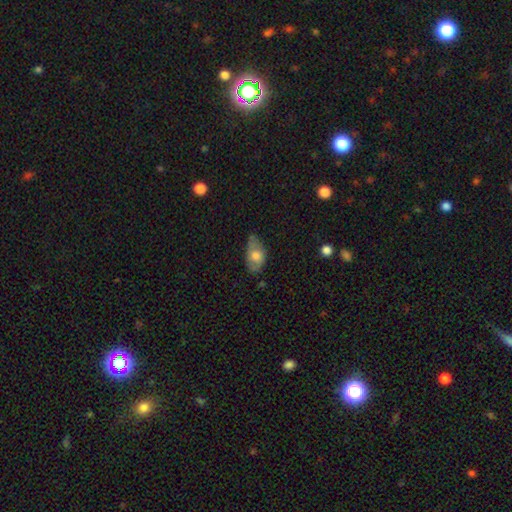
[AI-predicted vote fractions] A smooth galaxy with no disk features (68%) that is in between round and cigar-shaped (91%).

Vote fractions:
- Smooth or featured? smooth: 68% / featured or disk: 25% / star or artifact: 7%
- How rounded? in between: 91% / round: 6% / cigar-shaped: 2%
- Merging? none: 58% / minor disturbance: 32% / major disturbance: 7% / merger: 3%